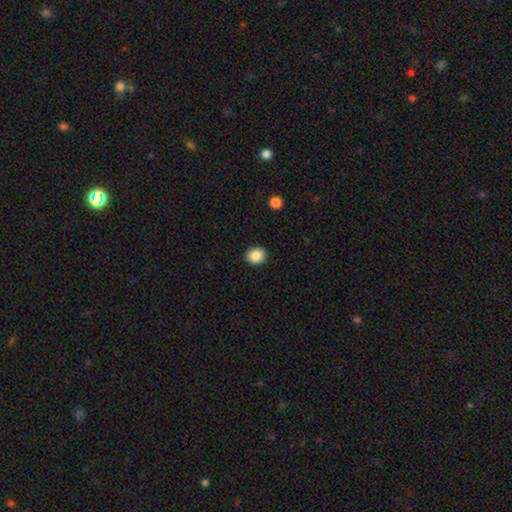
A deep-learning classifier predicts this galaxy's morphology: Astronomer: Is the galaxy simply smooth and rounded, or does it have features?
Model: smooth — 88%.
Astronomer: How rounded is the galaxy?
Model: round — 66%.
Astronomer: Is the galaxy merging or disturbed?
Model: none — 91%.